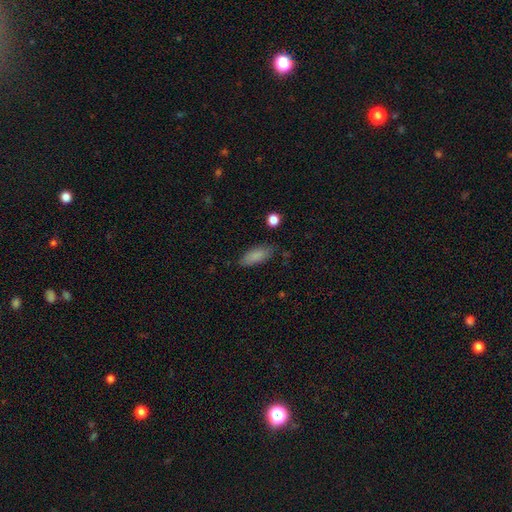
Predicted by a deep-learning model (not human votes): Morphology: type=smooth (86%); roundness=in between (77%); merging=none (79%).